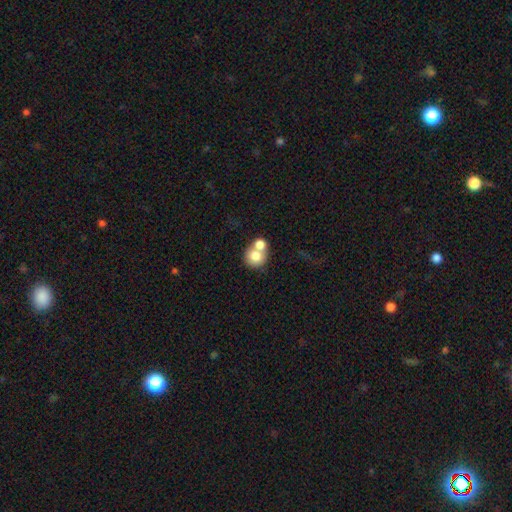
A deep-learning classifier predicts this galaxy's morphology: This appears to be a smooth galaxy with no disk features (76%) that is round (81%). Merging: merger (58%).